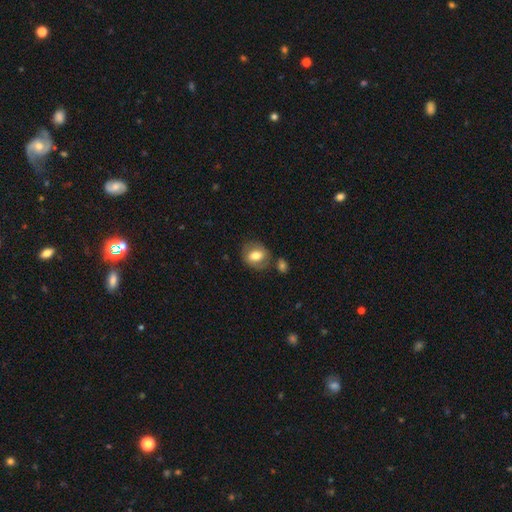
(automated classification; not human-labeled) A smooth galaxy with no disk features (70%) that is in between round and cigar-shaped (55%).

Vote fractions:
- Smooth or featured? smooth: 70% / featured or disk: 23% / star or artifact: 7%
- How rounded? in between: 55% / round: 43% / cigar-shaped: 1%
- Merging? none: 70% / minor disturbance: 15% / merger: 9% / major disturbance: 6%